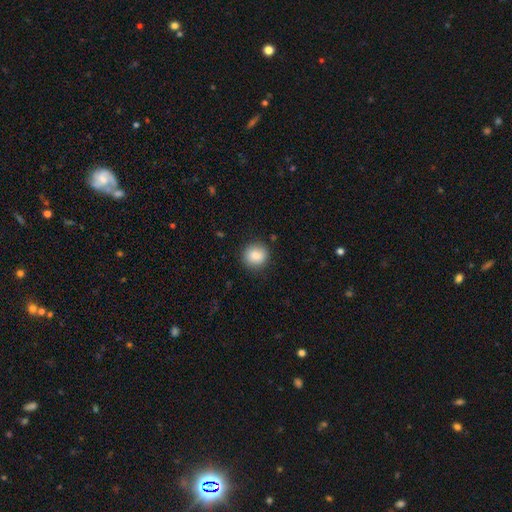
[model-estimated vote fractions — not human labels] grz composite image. It shows a smooth galaxy with no disk features (85%) that is round (90%). Merging: none (89%).